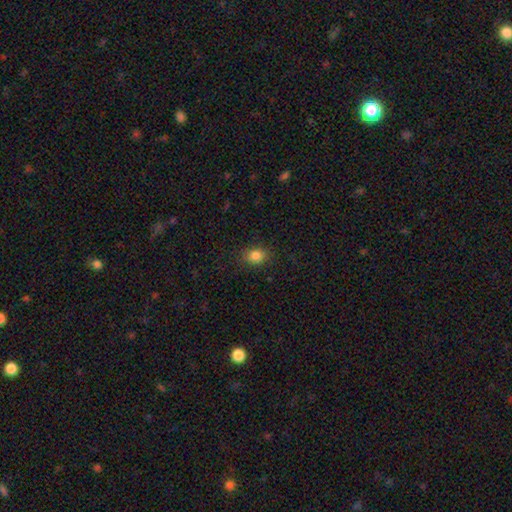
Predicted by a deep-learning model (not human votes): A smooth galaxy with no disk features (84%) that is in between round and cigar-shaped (56%).

Vote fractions:
- Smooth or featured? smooth: 84% / star or artifact: 11% / featured or disk: 5%
- How rounded? in between: 56% / round: 43% / cigar-shaped: 1%
- Merging? none: 86% / minor disturbance: 11% / major disturbance: 3% / merger: 1%